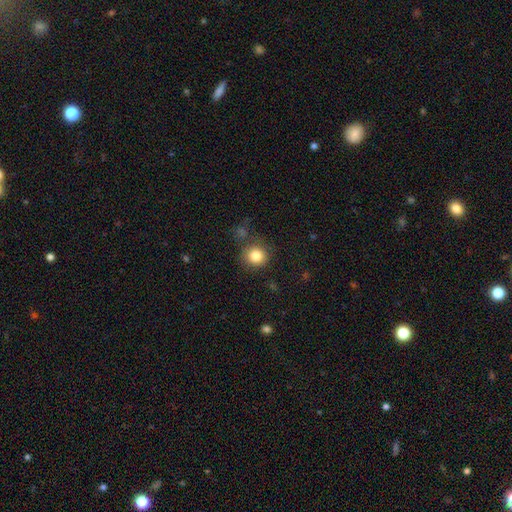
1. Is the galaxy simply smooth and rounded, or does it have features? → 79% smooth, 10% featured or disk, 10% star or artifact.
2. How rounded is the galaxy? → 97% round, 3% in between, 0% cigar-shaped.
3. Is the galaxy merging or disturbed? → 86% none, 9% minor disturbance, 3% major disturbance, 3% merger.